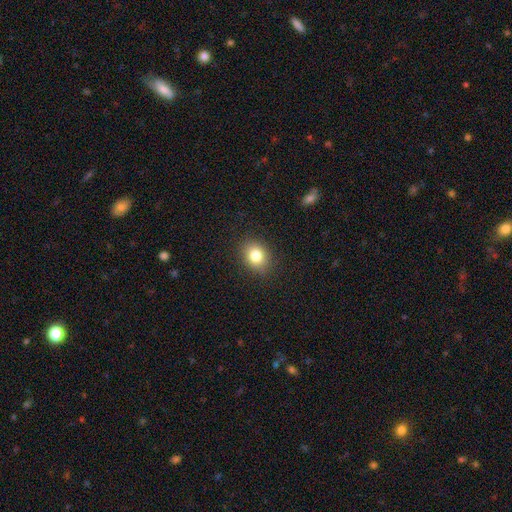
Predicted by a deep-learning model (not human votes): A smooth galaxy with no disk features (81%) that is round (52%).

Vote fractions:
- Smooth or featured? smooth: 81% / star or artifact: 11% / featured or disk: 8%
- How rounded? round: 52% / in between: 47% / cigar-shaped: 1%
- Merging? none: 89% / minor disturbance: 8% / major disturbance: 3% / merger: 1%